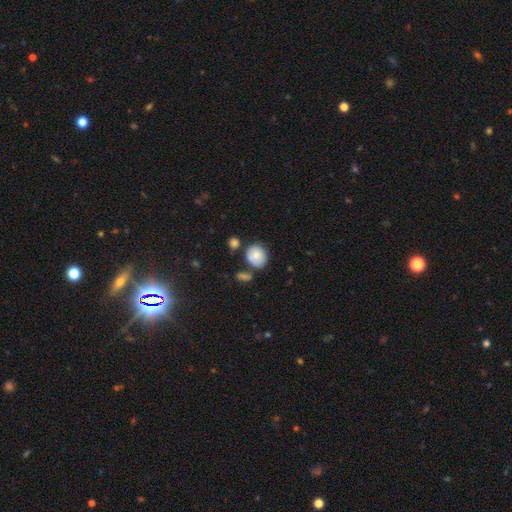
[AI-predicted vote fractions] Smooth or featured? smooth (78%)
How rounded? round (70%)
Merging? none (60%)